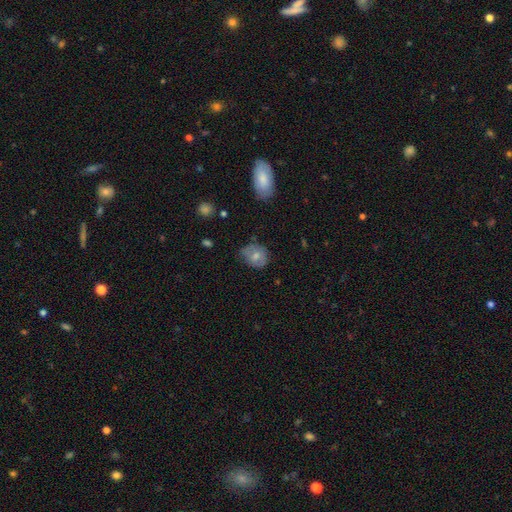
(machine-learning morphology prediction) Smooth or featured? smooth (66%)
How rounded? round (63%)
Merging? none (57%)